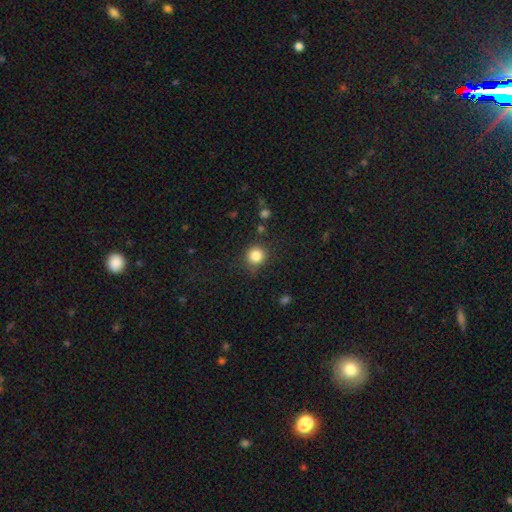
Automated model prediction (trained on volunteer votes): A smooth galaxy with no disk features (84%) that is round (92%).

Vote fractions:
- Smooth or featured? smooth: 84% / star or artifact: 11% / featured or disk: 4%
- How rounded? round: 92% / in between: 7% / cigar-shaped: 1%
- Merging? none: 83% / minor disturbance: 11% / major disturbance: 4% / merger: 2%